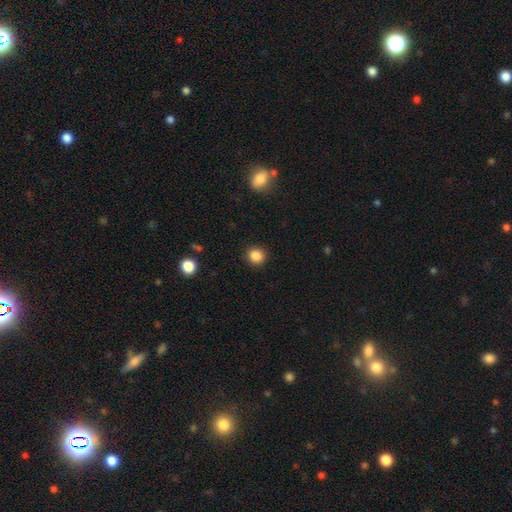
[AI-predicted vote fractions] This appears to be a smooth galaxy with no disk features (86%) that is round (91%). Merging: none (91%).